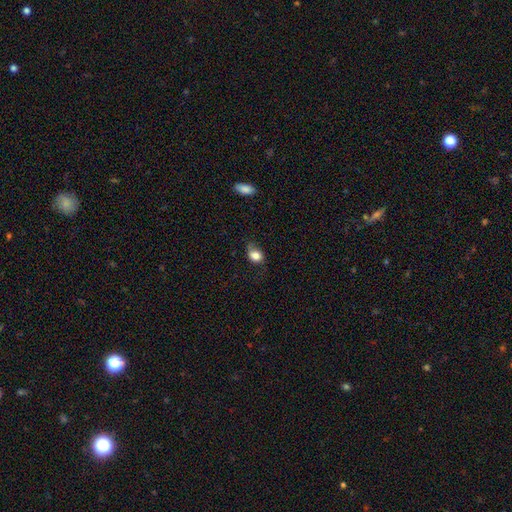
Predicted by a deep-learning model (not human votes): Smooth or featured: smooth — 79% (featured or disk — 11%)
How rounded: in between — 51% (round — 48%)
Merging: none — 43% (minor disturbance — 36%)